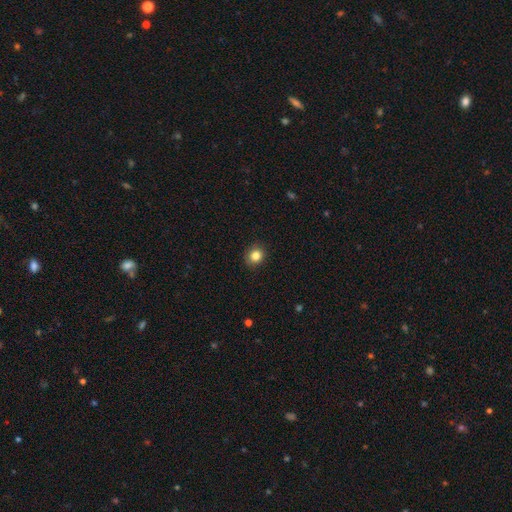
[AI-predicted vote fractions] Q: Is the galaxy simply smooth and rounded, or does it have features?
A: smooth — 83%.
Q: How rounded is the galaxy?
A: round — 74%.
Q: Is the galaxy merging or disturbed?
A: none — 88%.